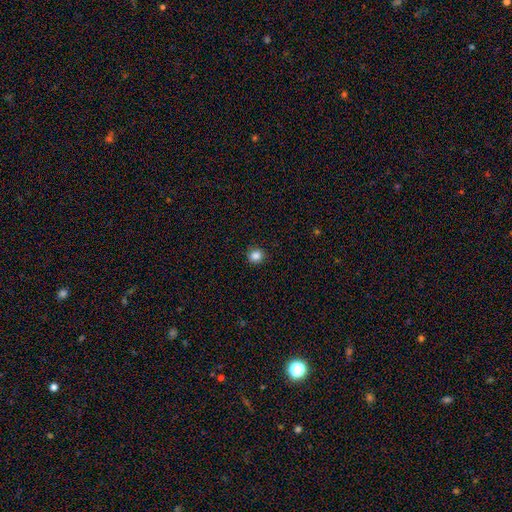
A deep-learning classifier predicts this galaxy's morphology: Q: Smooth or featured?
A: smooth (85%); runner-up: star or artifact (11%)
Q: How rounded?
A: round (88%); runner-up: in between (11%)
Q: Merging?
A: none (90%); runner-up: minor disturbance (7%)